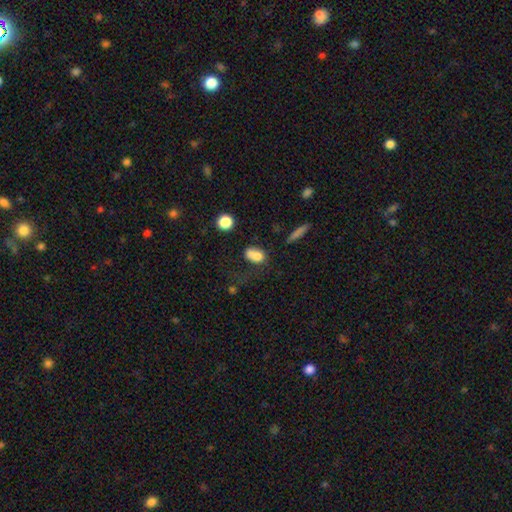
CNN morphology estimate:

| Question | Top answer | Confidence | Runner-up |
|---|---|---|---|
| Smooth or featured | smooth | 75% | featured or disk (14%) |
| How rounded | in between | 74% | round (23%) |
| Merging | none | 33% | merger (28%) |